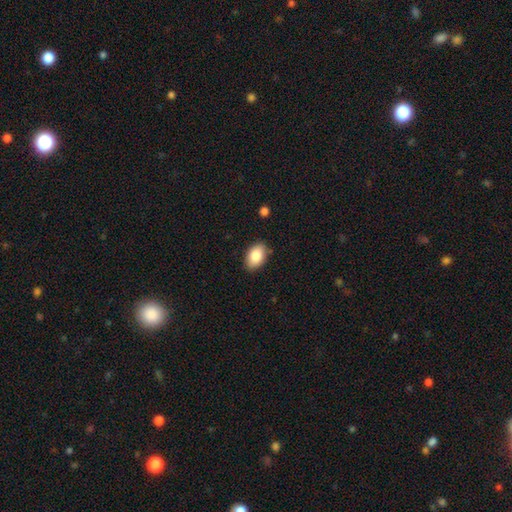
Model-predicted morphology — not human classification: Overall: smooth (85%). How rounded: in between (90%). Merging: none (85%).